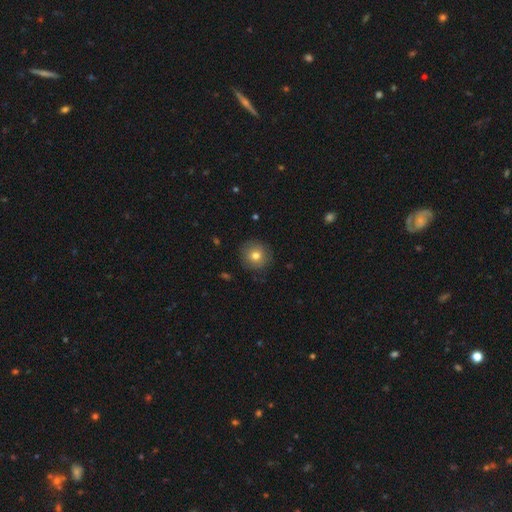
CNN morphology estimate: smooth_or_featured: smooth (p=0.77) [alt: featured or disk p=0.12]
how_rounded: round (p=0.94) [alt: in between p=0.06]
merging: none (p=0.89) [alt: minor disturbance p=0.07]